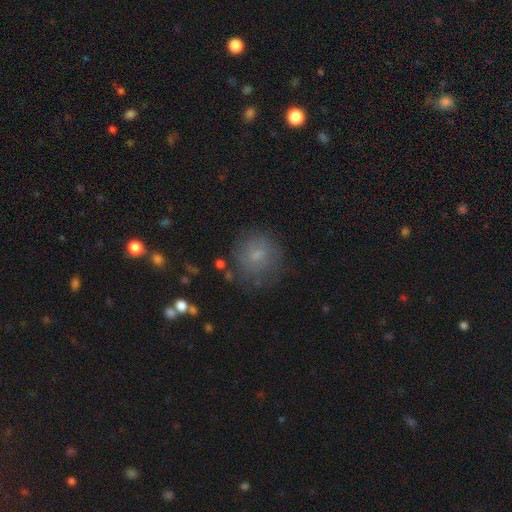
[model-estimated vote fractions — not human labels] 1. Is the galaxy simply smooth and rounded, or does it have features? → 62% smooth, 25% featured or disk, 14% star or artifact.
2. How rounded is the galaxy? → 87% round, 12% in between, 1% cigar-shaped.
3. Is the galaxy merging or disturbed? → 73% none, 17% minor disturbance, 8% major disturbance, 2% merger.